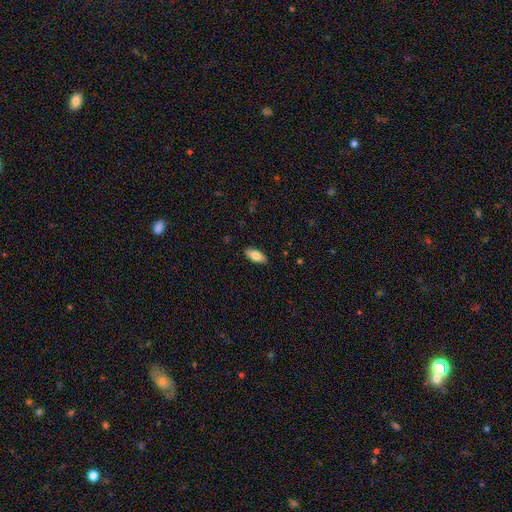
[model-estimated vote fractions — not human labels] smooth 80%, featured or disk 14%, star or artifact 6%. Down the decision tree: how rounded — in between (85%); merging — none (89%).